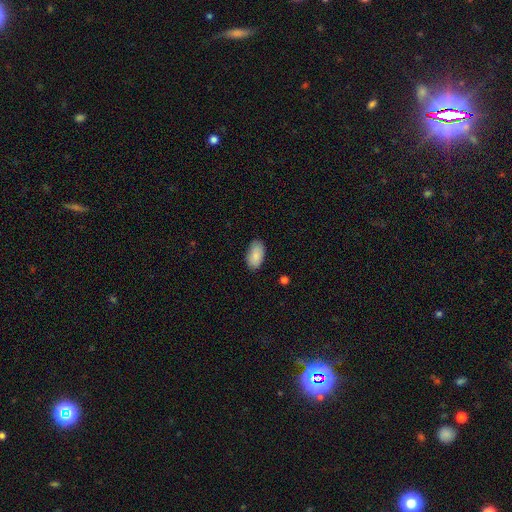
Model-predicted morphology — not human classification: A smooth galaxy with no disk features (88%) that is in between round and cigar-shaped (95%). Merging: none (84%).